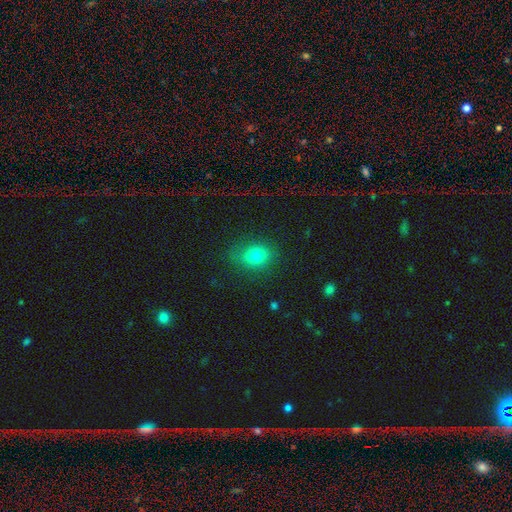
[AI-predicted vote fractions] smooth 78%, star or artifact 13%, featured or disk 9%. Down the decision tree: how rounded — round (51%); merging — none (81%).